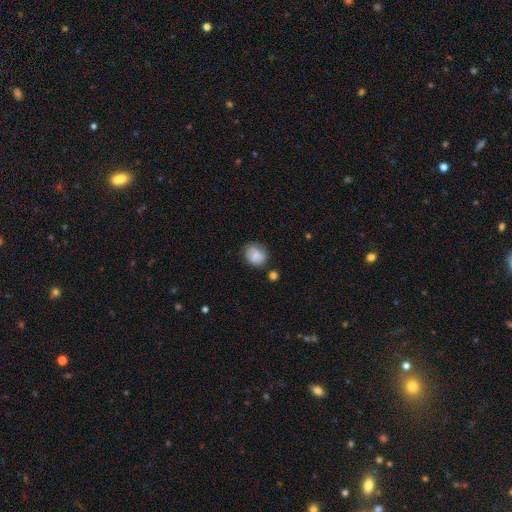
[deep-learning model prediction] smooth_or_featured: smooth (p=0.75) [alt: featured or disk p=0.16]
how_rounded: round (p=0.70) [alt: in between p=0.29]
merging: none (p=0.67) [alt: minor disturbance p=0.22]